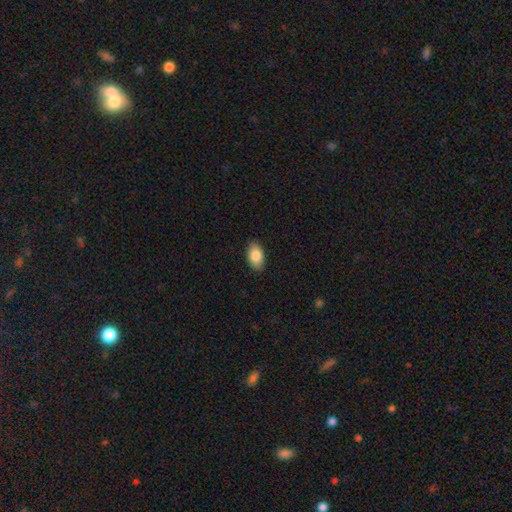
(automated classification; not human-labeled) This is clearly a smooth galaxy (85%). How rounded: clearly in between (93%). Merging: clearly none (88%).